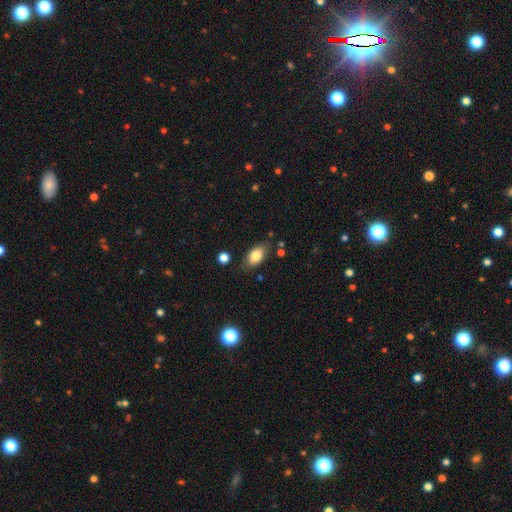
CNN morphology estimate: Smooth or featured: smooth — 82% (featured or disk — 11%)
How rounded: in between — 89% (round — 7%)
Merging: none — 78% (minor disturbance — 15%)